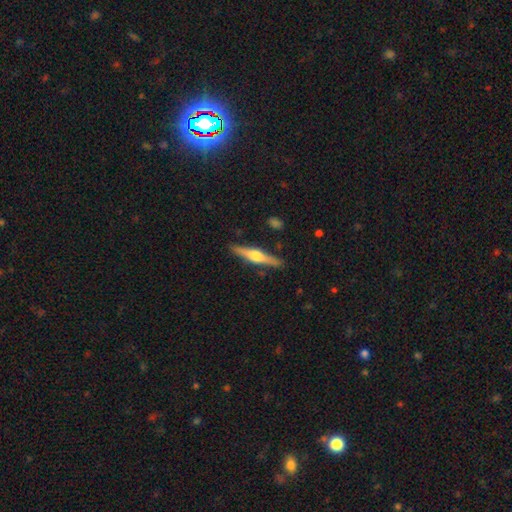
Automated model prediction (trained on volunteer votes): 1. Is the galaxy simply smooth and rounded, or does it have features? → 69% featured or disk, 26% smooth, 5% star or artifact.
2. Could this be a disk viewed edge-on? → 97% yes, 3% no.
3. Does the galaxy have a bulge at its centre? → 93% rounded, 5% boxy, 2% none.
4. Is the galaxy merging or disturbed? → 89% none, 8% minor disturbance, 2% major disturbance, 2% merger.